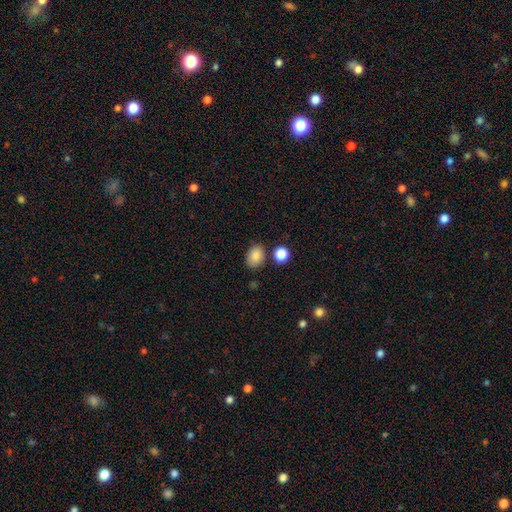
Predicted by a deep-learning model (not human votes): Smooth or featured? Predicted: smooth (p=0.85). How rounded? Predicted: in between (p=0.71). Merging? Predicted: none (p=0.78).